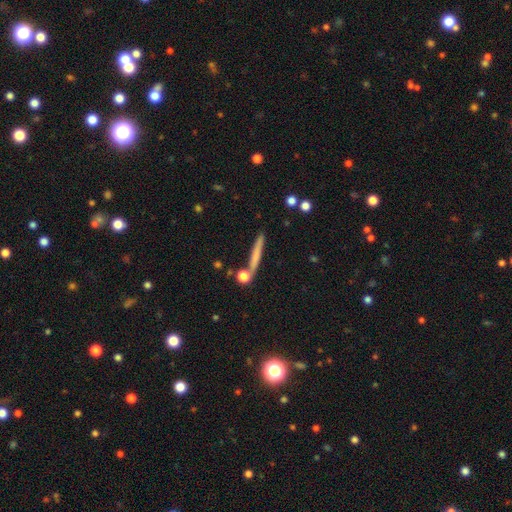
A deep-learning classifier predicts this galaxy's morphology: A smooth galaxy with no disk features (61%) that is cigar-shaped (93%). Merging: none (78%).